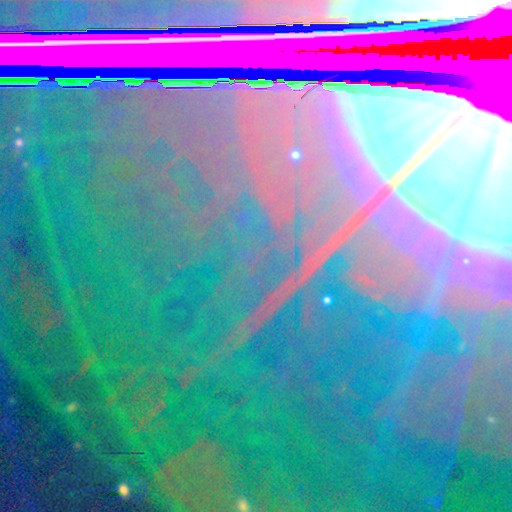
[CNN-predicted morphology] Smooth or featured? Predicted: star or artifact (p=0.88).